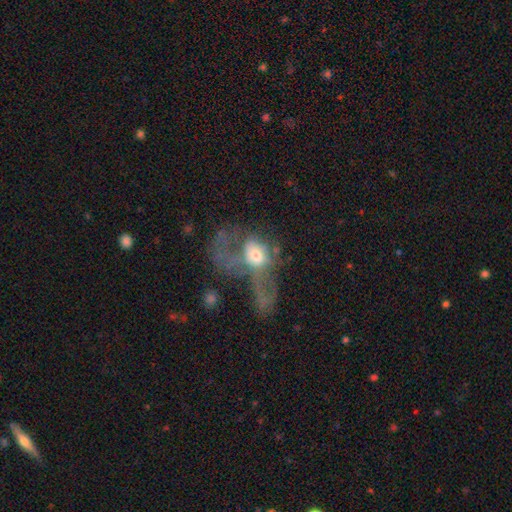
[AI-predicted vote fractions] A featured or disk galaxy (46%). Merging: major disturbance (63%).